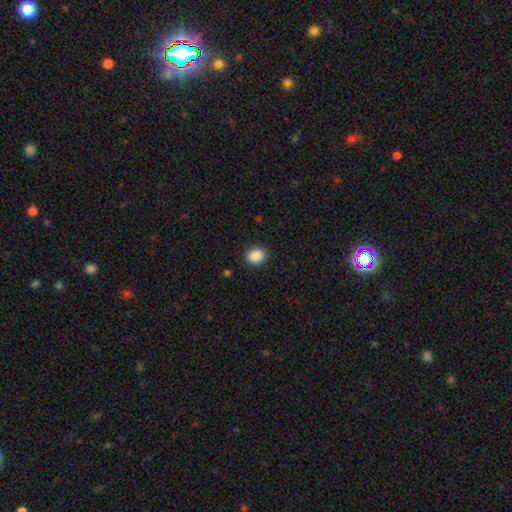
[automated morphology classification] smooth_or_featured: smooth (p=0.89) [alt: star or artifact p=0.09]
how_rounded: round (p=0.59) [alt: in between p=0.40]
merging: none (p=0.89) [alt: minor disturbance p=0.07]